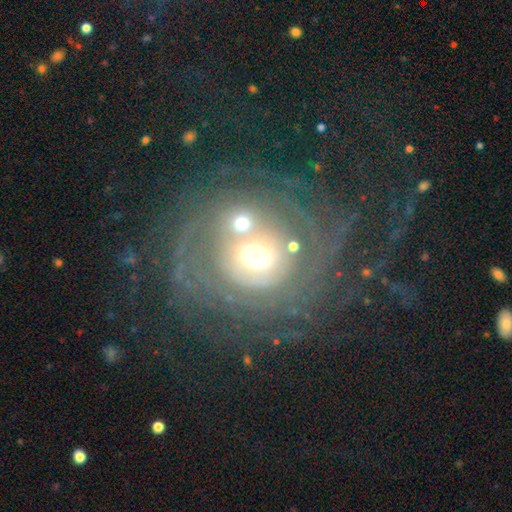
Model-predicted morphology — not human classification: Smooth or featured?
  - featured or disk: 73% *
  - smooth: 15%
  - star or artifact: 13%
Edge-on disk?
  - no: 96% *
  - yes: 4%
Bar?
  - no: 66% *
  - weak: 25%
  - strong: 10%
Spiral arms?
  - yes: 75% *
  - no: 25%
Spiral winding?
  - tight: 61% *
  - medium: 24%
  - loose: 15%
Spiral arm count?
  - can't tell: 43% *
  - 2: 18%
  - 3: 11%
  - more than 4: 11%
  - 4: 9%
  - 1: 8%
Bulge size?
  - moderate: 59% *
  - large: 18%
  - small: 17%
  - dominant: 4%
  - none: 2%
Merging?
  - none: 56% *
  - major disturbance: 18%
  - minor disturbance: 14%
  - merger: 11%